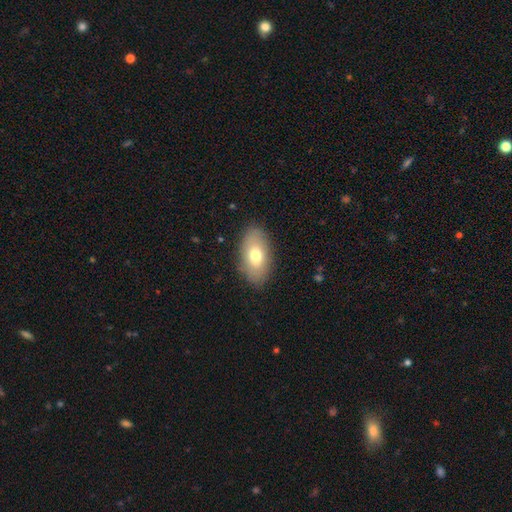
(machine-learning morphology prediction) smooth-or-featured: smooth: 73% | featured or disk: 20% | star or artifact: 7%
  how-rounded: in between: 92% | round: 5% | cigar-shaped: 2%
  merging: none: 85% | minor disturbance: 11% | major disturbance: 3% | merger: 1%